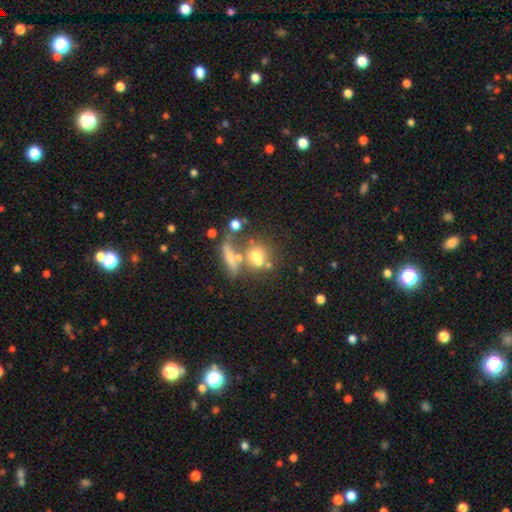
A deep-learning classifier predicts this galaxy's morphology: The model was most divided on "merging": merger: 43%, none: 35%, minor disturbance: 11%, major disturbance: 11%. More confident: how rounded — round (72%); smooth or featured — smooth (57%).